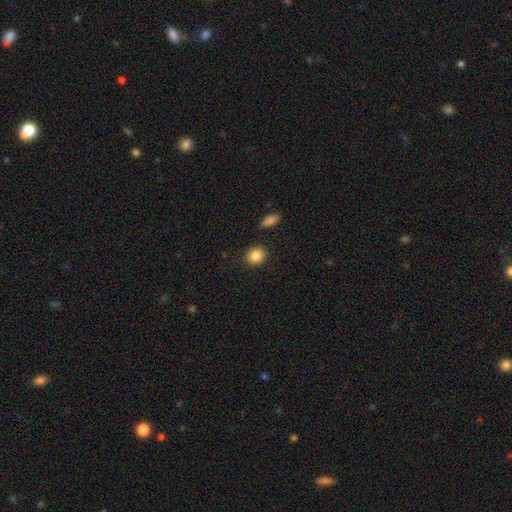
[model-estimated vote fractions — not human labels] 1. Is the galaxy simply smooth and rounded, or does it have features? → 87% smooth, 9% star or artifact, 4% featured or disk.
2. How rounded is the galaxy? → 74% round, 24% in between, 1% cigar-shaped.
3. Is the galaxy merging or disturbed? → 86% none, 9% minor disturbance, 3% major disturbance, 2% merger.